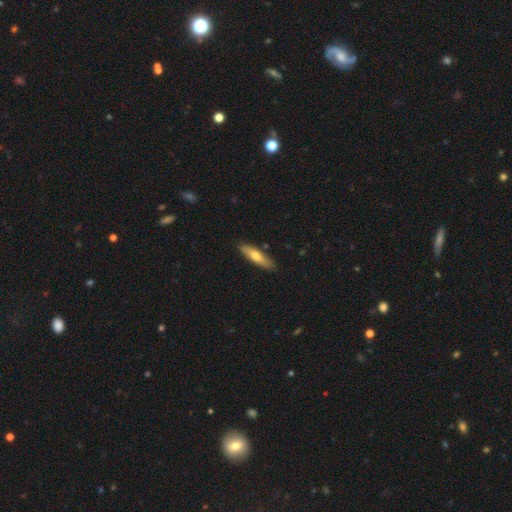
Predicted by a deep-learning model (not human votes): This is likely a smooth galaxy (61%). How rounded: likely cigar-shaped (64%). Merging: clearly none (87%).